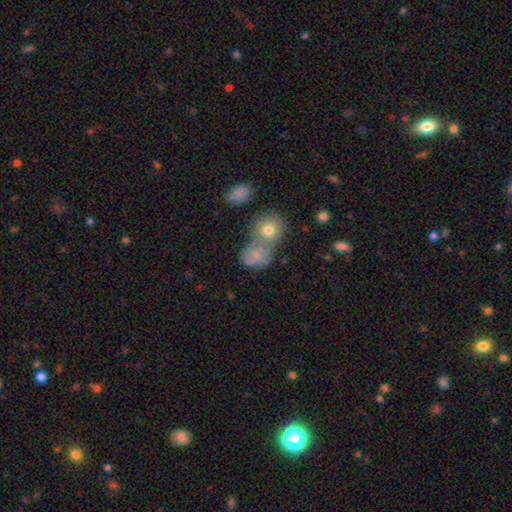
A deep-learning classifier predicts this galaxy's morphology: This appears to be a smooth galaxy with no disk features (65%) that is round (53%). Merging: merger (55%).